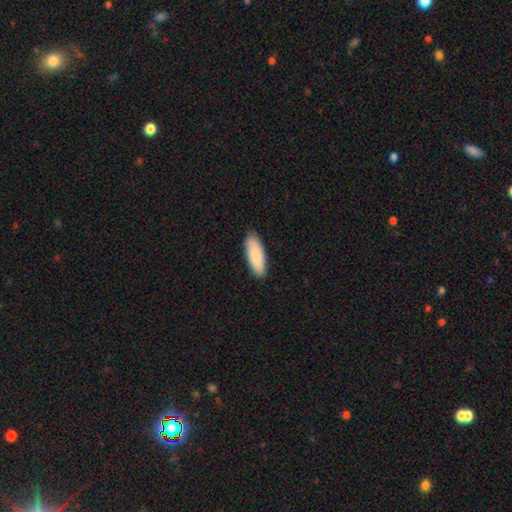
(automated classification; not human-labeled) Smooth or featured?
  - smooth: 87% *
  - featured or disk: 8%
  - star or artifact: 5%
How rounded?
  - in between: 65% *
  - cigar-shaped: 34%
  - round: 2%
Merging?
  - none: 88% *
  - minor disturbance: 10%
  - major disturbance: 2%
  - merger: 1%